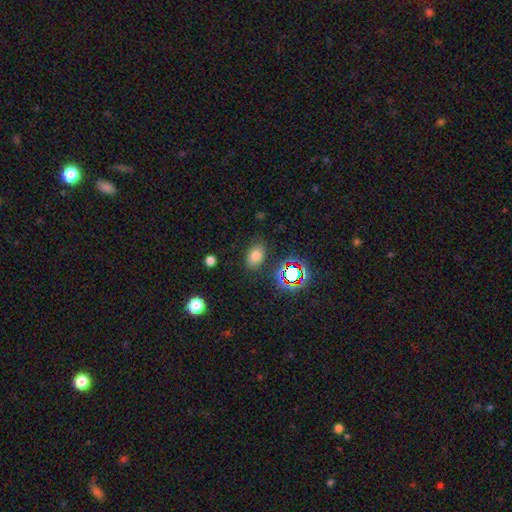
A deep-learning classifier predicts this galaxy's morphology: The model was most divided on "smooth or featured": smooth: 72%, star or artifact: 19%, featured or disk: 9%. More confident: merging — none (82%); how rounded — in between (80%).